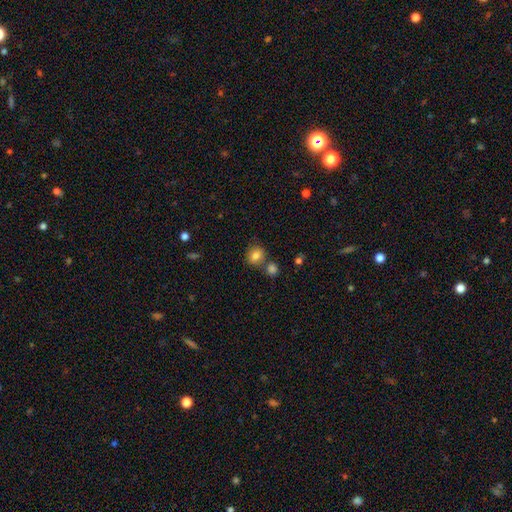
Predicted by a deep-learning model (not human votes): A smooth galaxy with no disk features (82%) that is round (74%). Merging: none (64%).